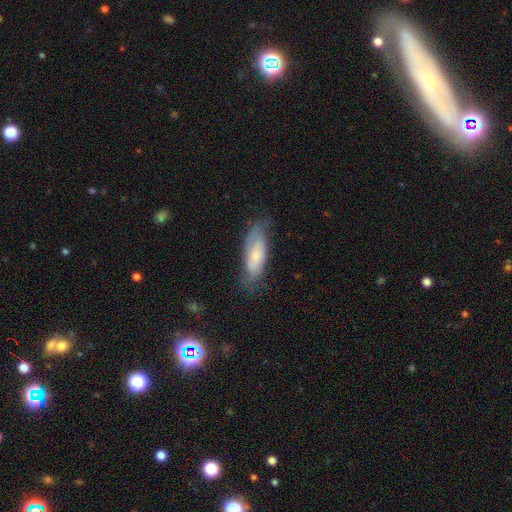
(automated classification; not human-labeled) Smooth or featured? smooth (49%)
Merging? none (64%)